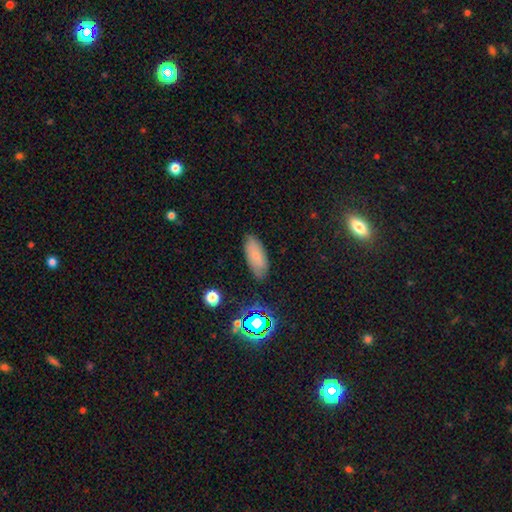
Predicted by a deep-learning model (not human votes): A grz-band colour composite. It shows a smooth galaxy with no disk features (73%) that is in between round and cigar-shaped (84%). Merging: none (82%).